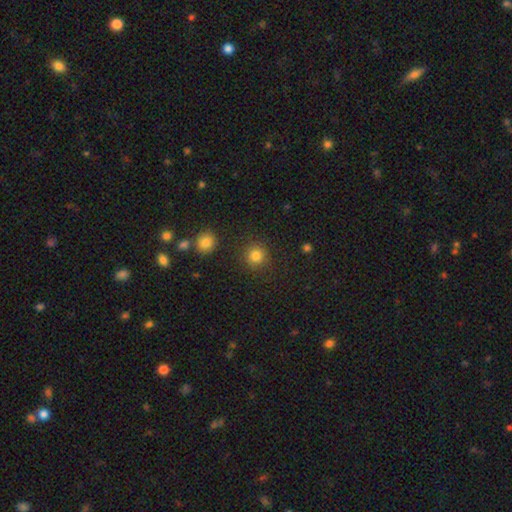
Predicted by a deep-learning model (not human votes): Q: Smooth or featured?
A: smooth (82%); runner-up: star or artifact (13%)
Q: How rounded?
A: round (93%); runner-up: in between (6%)
Q: Merging?
A: none (88%); runner-up: minor disturbance (6%)